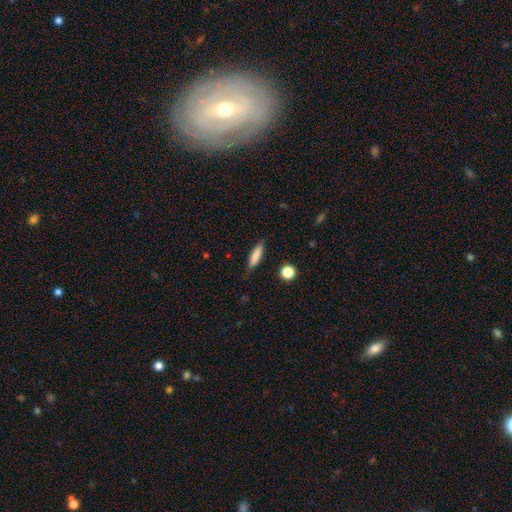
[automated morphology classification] Smooth or featured: smooth — 80% (featured or disk — 13%)
How rounded: cigar-shaped — 72% (in between — 26%)
Merging: none — 81% (minor disturbance — 14%)